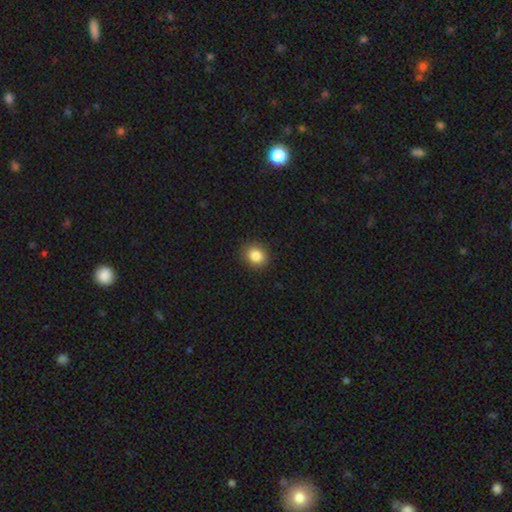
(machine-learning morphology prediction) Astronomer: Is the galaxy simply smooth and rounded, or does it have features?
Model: smooth — 86%.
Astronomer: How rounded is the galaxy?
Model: round — 71%.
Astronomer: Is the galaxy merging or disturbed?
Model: none — 88%.